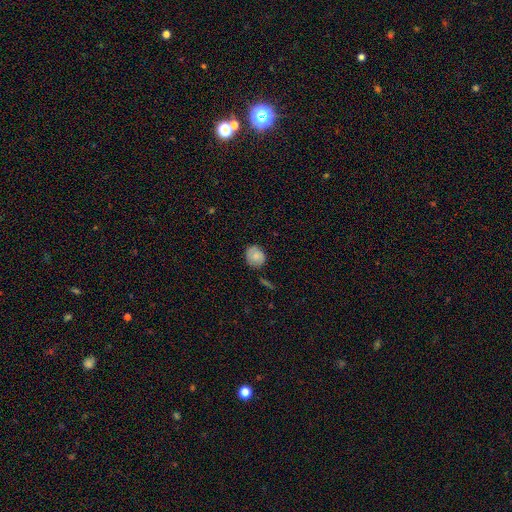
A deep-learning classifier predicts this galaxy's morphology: Smooth or featured? smooth (71%)
How rounded? round (68%)
Merging? none (72%)